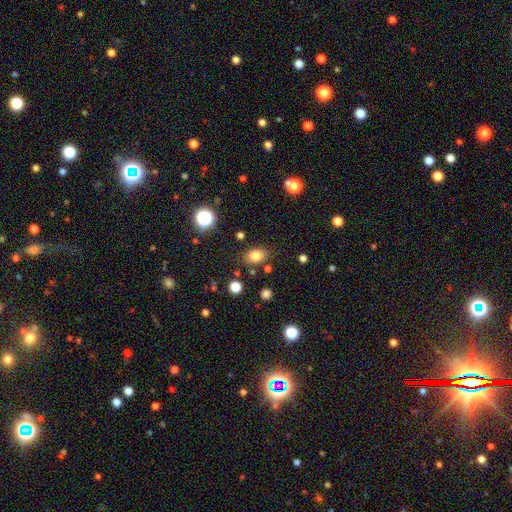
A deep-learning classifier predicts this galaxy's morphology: Smooth or featured? smooth (79%)
How rounded? in between (76%)
Merging? none (80%)